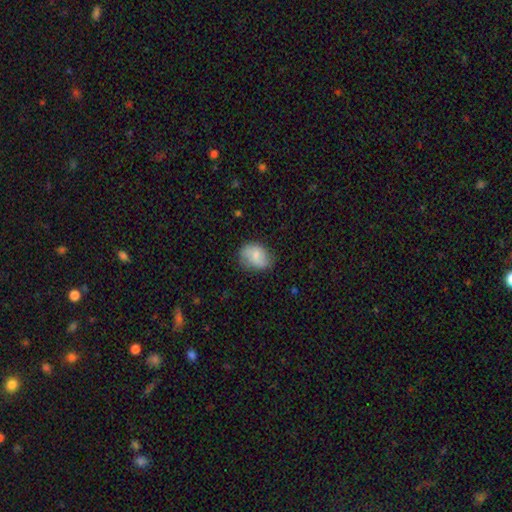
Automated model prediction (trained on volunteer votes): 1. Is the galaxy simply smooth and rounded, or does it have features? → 69% smooth, 23% featured or disk, 7% star or artifact.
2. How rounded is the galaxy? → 62% in between, 36% round, 1% cigar-shaped.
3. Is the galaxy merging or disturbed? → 69% none, 23% minor disturbance, 6% major disturbance, 1% merger.